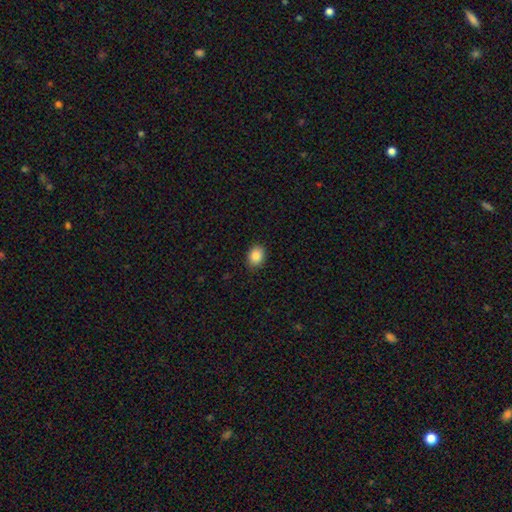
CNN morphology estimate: Smooth or featured? Predicted: smooth (p=0.87). How rounded? Predicted: in between (p=0.53). Merging? Predicted: none (p=0.88).